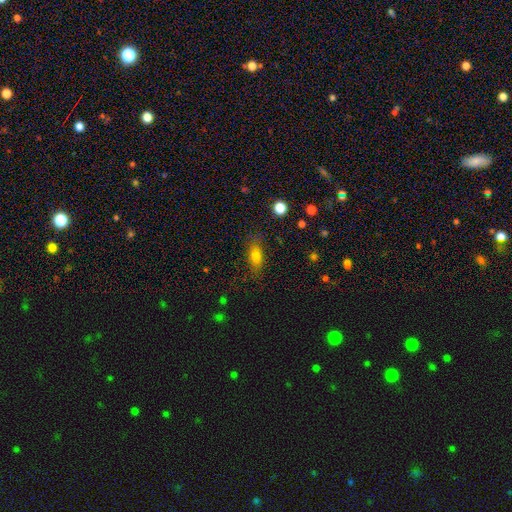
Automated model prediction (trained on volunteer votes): This appears to be a smooth galaxy with no disk features (75%) that is in between round and cigar-shaped (74%). Merging: none (79%).